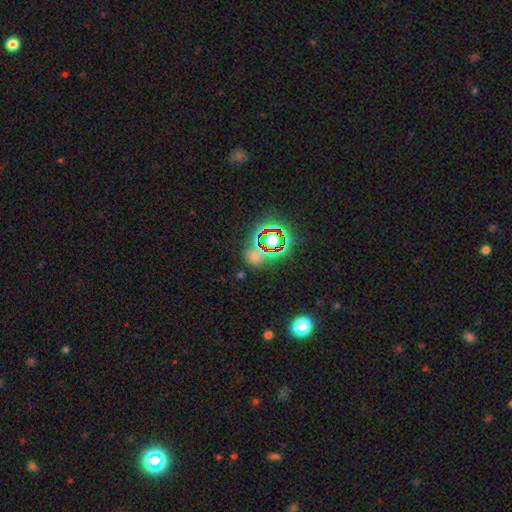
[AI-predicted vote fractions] Overall: star or artifact (66%; smooth 26%).